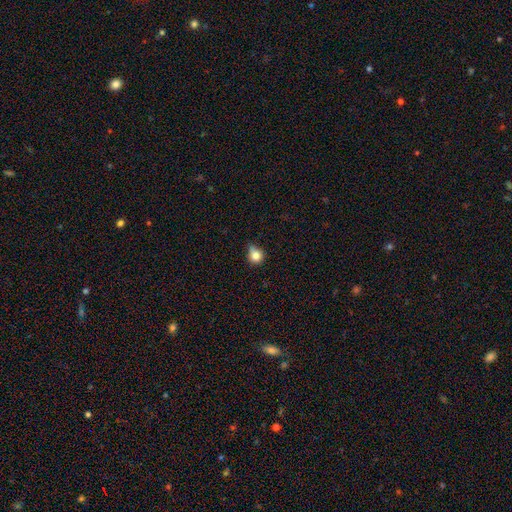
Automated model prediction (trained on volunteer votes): Overall: smooth (79%). How rounded: round (80%). Merging: none (44%; minor disturbance 41%).